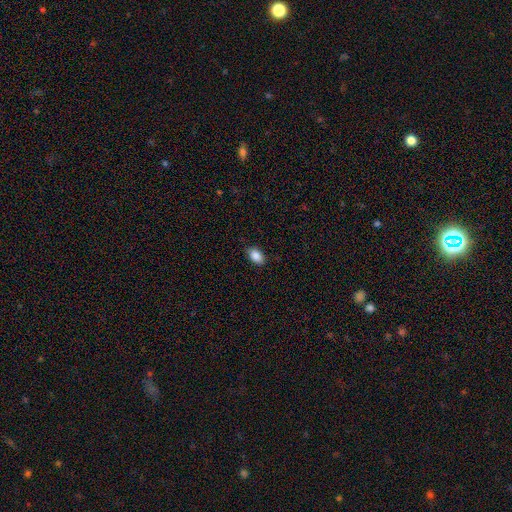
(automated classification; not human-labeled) smooth-or-featured: smooth: 88% | star or artifact: 8% | featured or disk: 4%
  how-rounded: in between: 89% | round: 9% | cigar-shaped: 2%
  merging: none: 84% | minor disturbance: 12% | major disturbance: 3% | merger: 1%